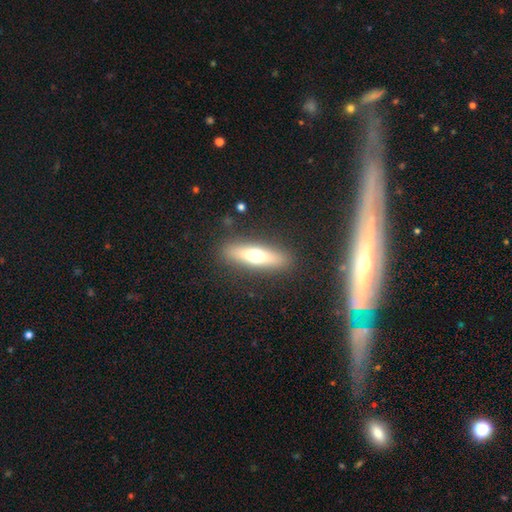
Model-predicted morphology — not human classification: This appears to be a smooth galaxy with no disk features (53%) that is cigar-shaped (64%). Merging: none (88%).